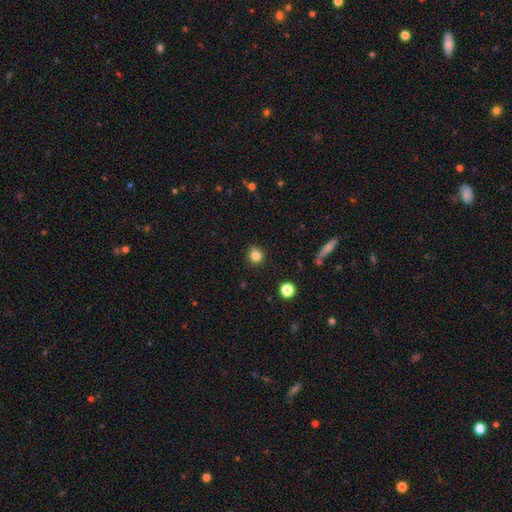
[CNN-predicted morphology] Smooth or featured?
  - smooth: 83% *
  - star or artifact: 12%
  - featured or disk: 6%
How rounded?
  - round: 89% *
  - in between: 10%
  - cigar-shaped: 1%
Merging?
  - none: 87% *
  - minor disturbance: 9%
  - major disturbance: 2%
  - merger: 2%